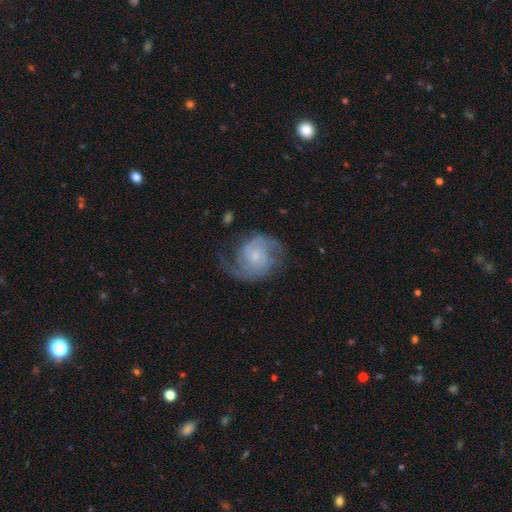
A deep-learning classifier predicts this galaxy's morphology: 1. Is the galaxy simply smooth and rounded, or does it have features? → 85% featured or disk, 10% smooth, 6% star or artifact.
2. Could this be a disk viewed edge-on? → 98% no, 2% yes.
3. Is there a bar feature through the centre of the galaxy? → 65% no, 31% weak, 4% strong.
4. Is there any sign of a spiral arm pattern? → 96% yes, 4% no.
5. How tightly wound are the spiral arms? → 47% medium, 33% tight, 20% loose.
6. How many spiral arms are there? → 83% 2, 7% can't tell, 4% 3, 3% 1, 2% 4, 2% more than 4.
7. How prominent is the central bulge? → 50% small, 29% moderate, 14% none, 5% large, 1% dominant.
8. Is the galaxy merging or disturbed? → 68% none, 18% minor disturbance, 12% major disturbance, 1% merger.